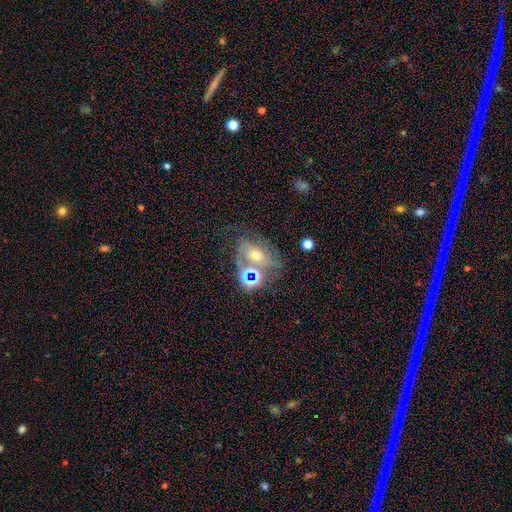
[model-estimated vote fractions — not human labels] This is possibly a featured or disk galaxy (58%). It is clearly not viewed edge-on (95%). Bar: likely no (66%). Spiral arm pattern: clearly yes (81%). Central bulge: possibly moderate (56%). Merging: marginally none (44%).